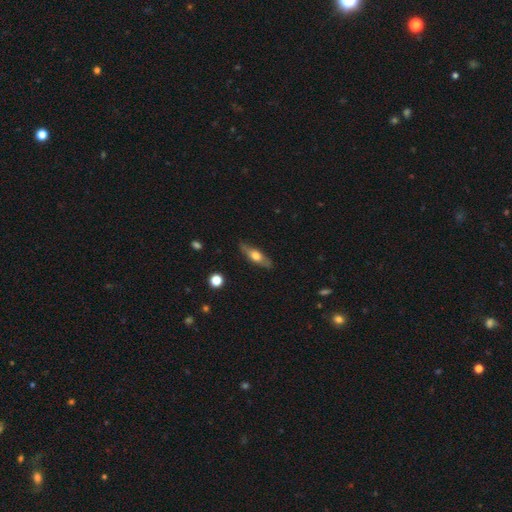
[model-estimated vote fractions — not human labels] A smooth galaxy with no disk features (48%). Merging: none (82%).